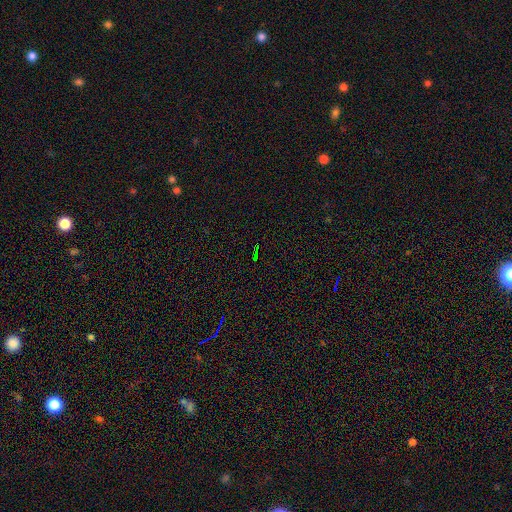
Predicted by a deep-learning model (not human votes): Smooth or featured?
  - star or artifact: 75% *
  - smooth: 15%
  - featured or disk: 11%